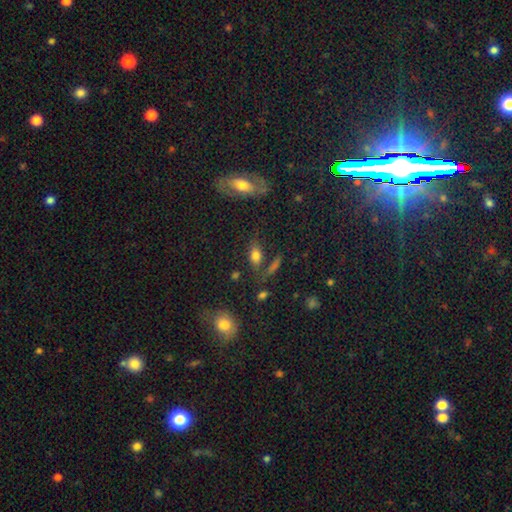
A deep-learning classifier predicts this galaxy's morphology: A smooth galaxy with no disk features (75%) that is in between round and cigar-shaped (83%). Merging: none (67%).